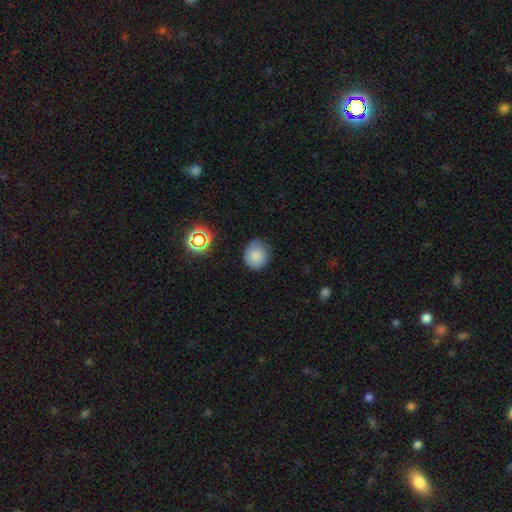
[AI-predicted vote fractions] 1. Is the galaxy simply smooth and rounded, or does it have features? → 82% smooth, 11% star or artifact, 8% featured or disk.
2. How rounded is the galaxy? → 82% round, 17% in between, 1% cigar-shaped.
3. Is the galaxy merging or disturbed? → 75% none, 20% minor disturbance, 4% major disturbance, 2% merger.